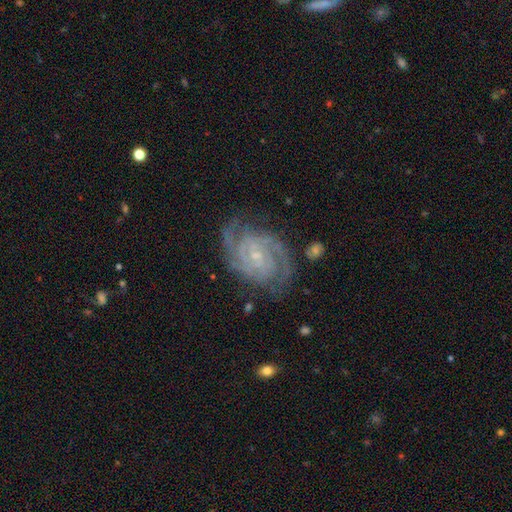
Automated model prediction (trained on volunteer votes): A featured or disk galaxy (91%) with no bar (54%), 2 (45%) tight (65%) spiral arms (98%) and a small central bulge (81%).

Vote fractions:
- Smooth or featured? featured or disk: 91% / star or artifact: 5% / smooth: 4%
- Edge-on disk? no: 98% / yes: 2%
- Bar? no: 54% / weak: 35% / strong: 11%
- Spiral arms? yes: 98% / no: 2%
- Spiral winding? tight: 65% / medium: 31% / loose: 4%
- Spiral arm count? 2: 45% / 3: 23% / can't tell: 12% / 4: 9% / more than 4: 6% / 1: 5%
- Bulge size? small: 81% / moderate: 14% / none: 4% / large: 1% / dominant: 1%
- Merging? none: 75% / minor disturbance: 17% / major disturbance: 6% / merger: 2%